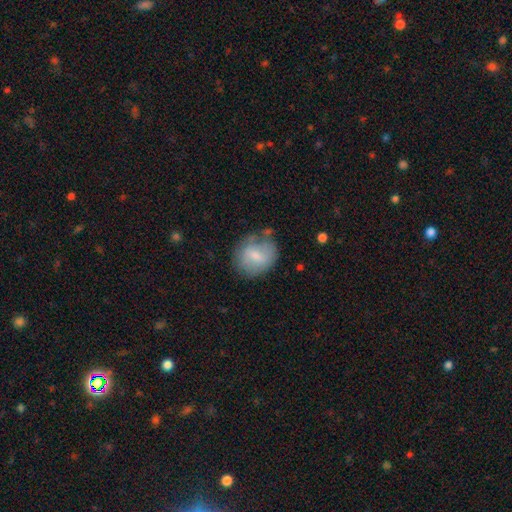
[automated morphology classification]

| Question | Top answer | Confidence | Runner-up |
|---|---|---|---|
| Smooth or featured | smooth | 67% | featured or disk (26%) |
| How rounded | round | 63% | in between (35%) |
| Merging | none | 62% | minor disturbance (24%) |